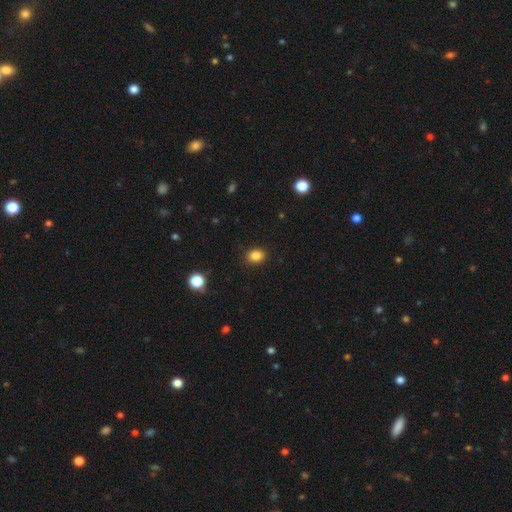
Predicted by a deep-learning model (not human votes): smooth_or_featured: smooth (p=0.85) [alt: star or artifact p=0.11]
how_rounded: in between (p=0.52) [alt: round p=0.47]
merging: none (p=0.89) [alt: minor disturbance p=0.08]